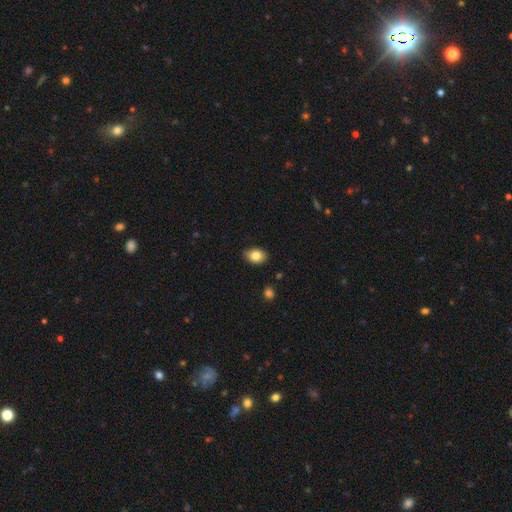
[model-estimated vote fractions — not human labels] Overall: smooth (84%). How rounded: in between (73%). Merging: none (83%).